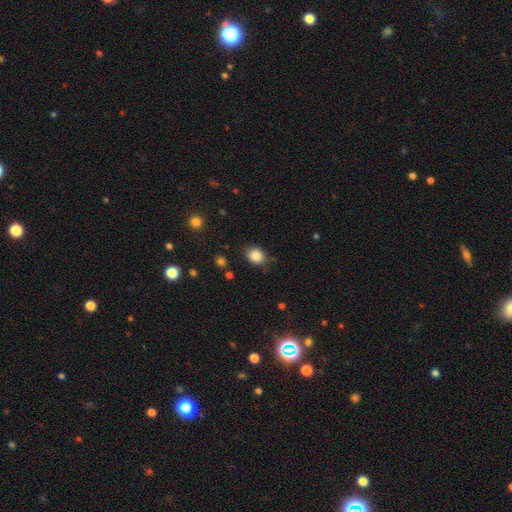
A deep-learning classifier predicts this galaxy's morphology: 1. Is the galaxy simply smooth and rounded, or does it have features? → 85% smooth, 10% star or artifact, 5% featured or disk.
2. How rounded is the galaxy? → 51% round, 48% in between, 1% cigar-shaped.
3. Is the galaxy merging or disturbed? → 81% none, 14% minor disturbance, 3% major disturbance, 2% merger.